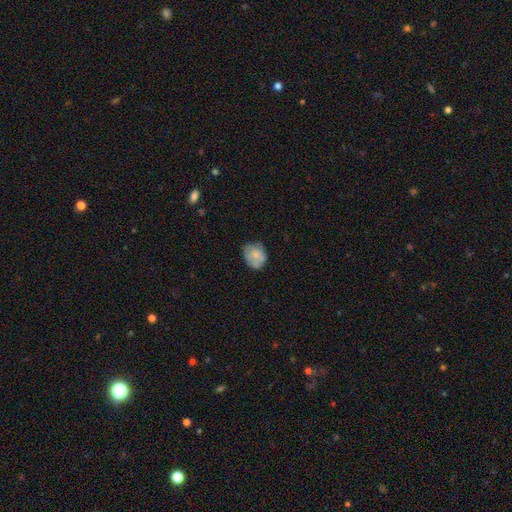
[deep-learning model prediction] This appears to be a smooth galaxy with no disk features (67%) that is in between round and cigar-shaped (55%). Merging: none (58%).